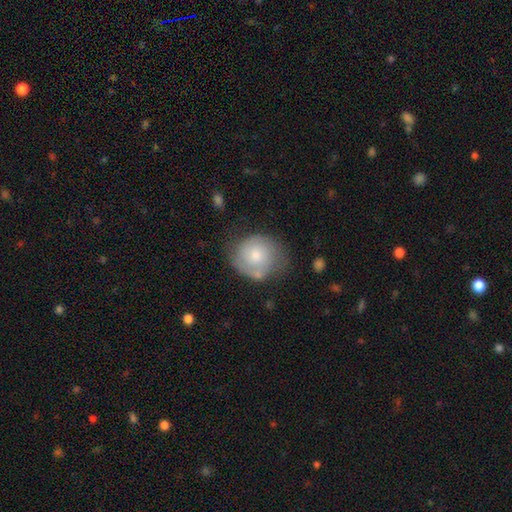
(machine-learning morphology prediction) featured or disk 48%, smooth 45%, star or artifact 7%. Down the decision tree: merging — none (56%).